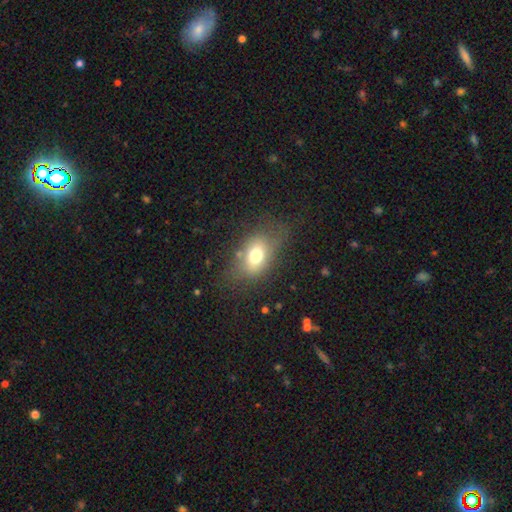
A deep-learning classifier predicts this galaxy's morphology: Smooth or featured? smooth (69%)
How rounded? in between (80%)
Merging? none (62%)